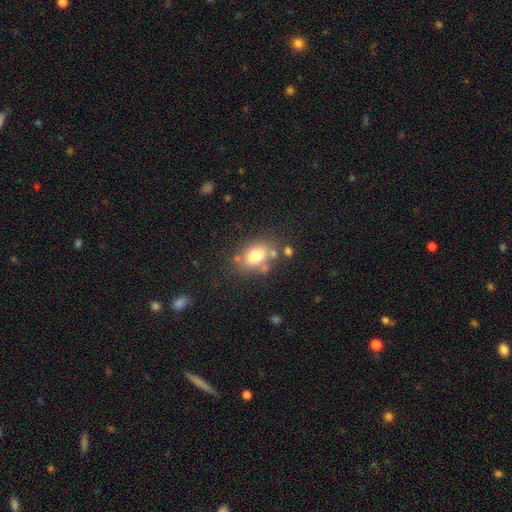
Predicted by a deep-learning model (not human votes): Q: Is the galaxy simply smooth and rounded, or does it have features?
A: smooth — 76%.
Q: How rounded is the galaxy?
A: in between — 72%.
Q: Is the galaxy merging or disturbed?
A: none — 66%.